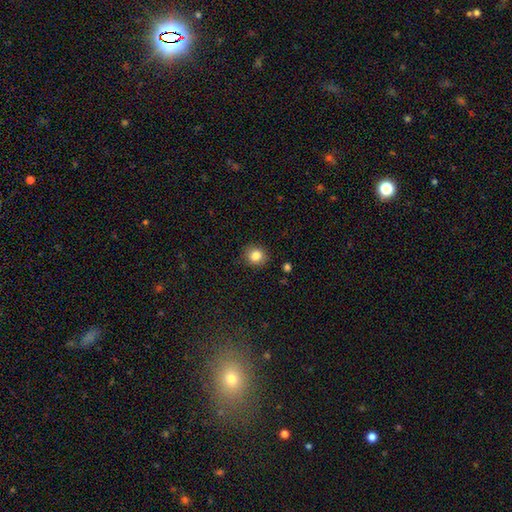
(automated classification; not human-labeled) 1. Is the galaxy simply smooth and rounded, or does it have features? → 84% smooth, 11% star or artifact, 6% featured or disk.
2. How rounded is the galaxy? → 86% round, 13% in between, 1% cigar-shaped.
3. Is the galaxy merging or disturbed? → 90% none, 7% minor disturbance, 2% major disturbance, 1% merger.